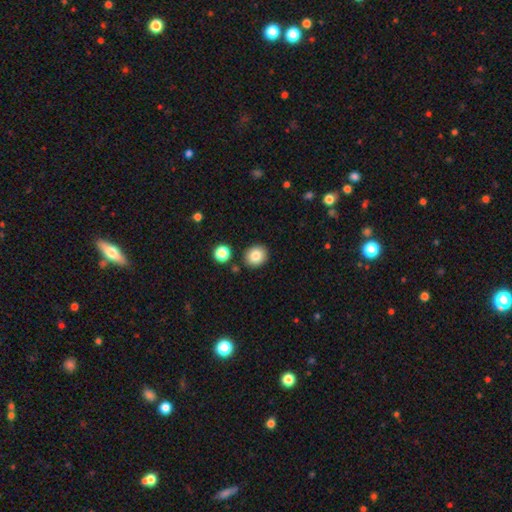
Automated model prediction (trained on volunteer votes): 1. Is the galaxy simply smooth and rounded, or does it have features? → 84% smooth, 9% star or artifact, 7% featured or disk.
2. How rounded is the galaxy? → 80% round, 19% in between, 1% cigar-shaped.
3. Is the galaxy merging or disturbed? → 88% none, 7% minor disturbance, 4% merger, 2% major disturbance.